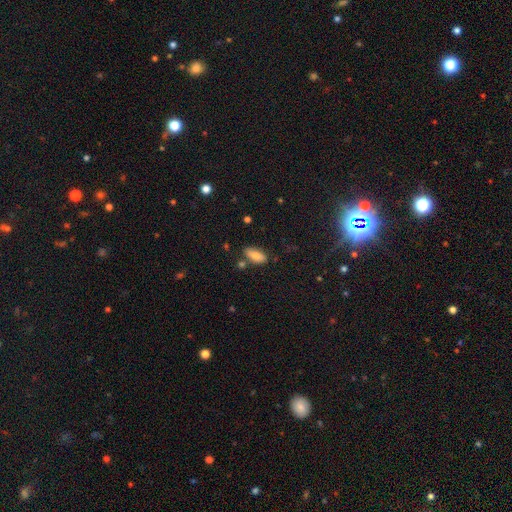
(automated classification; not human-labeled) A smooth galaxy with no disk features (84%) that is in between round and cigar-shaped (85%).

Vote fractions:
- Smooth or featured? smooth: 84% / featured or disk: 9% / star or artifact: 8%
- How rounded? in between: 85% / cigar-shaped: 12% / round: 3%
- Merging? none: 74% / minor disturbance: 16% / merger: 7% / major disturbance: 3%